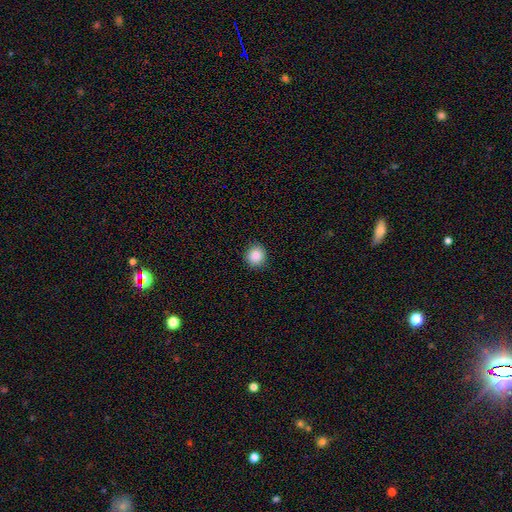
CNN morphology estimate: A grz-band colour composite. It shows a smooth galaxy with no disk features (87%) that is round (88%). Merging: none (90%).